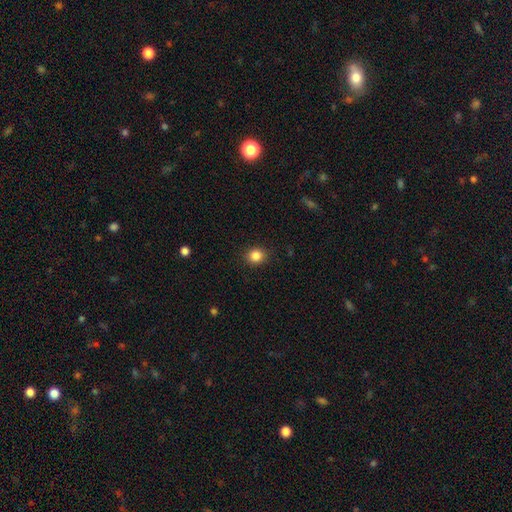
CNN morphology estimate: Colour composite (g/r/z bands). It shows a smooth galaxy with no disk features (85%) that is round (79%). Merging: none (89%).